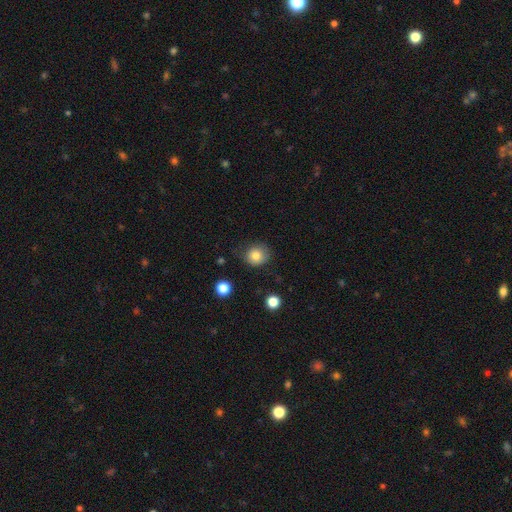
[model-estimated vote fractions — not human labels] Smooth or featured? Predicted: smooth (p=0.81). How rounded? Predicted: round (p=0.81). Merging? Predicted: none (p=0.73).